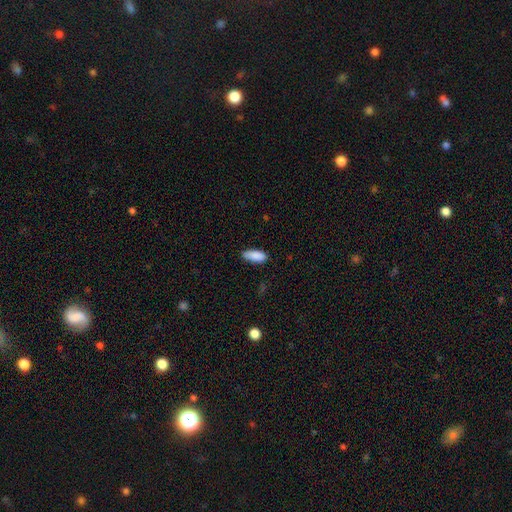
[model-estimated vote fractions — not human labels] smooth 88%, star or artifact 7%, featured or disk 5%. Down the decision tree: how rounded — in between (79%); merging — none (75%).